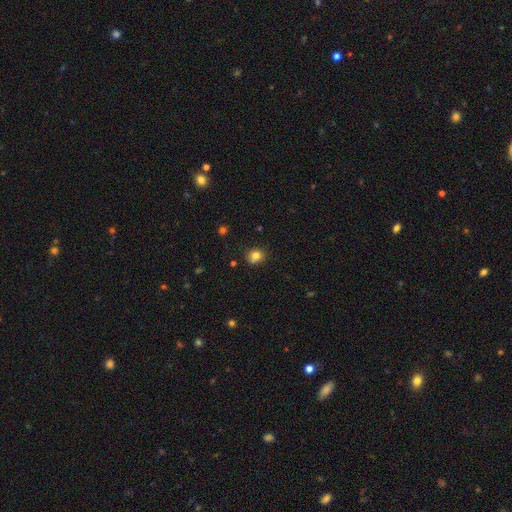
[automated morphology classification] Overall: smooth (81%). How rounded: round (78%). Merging: none (75%).